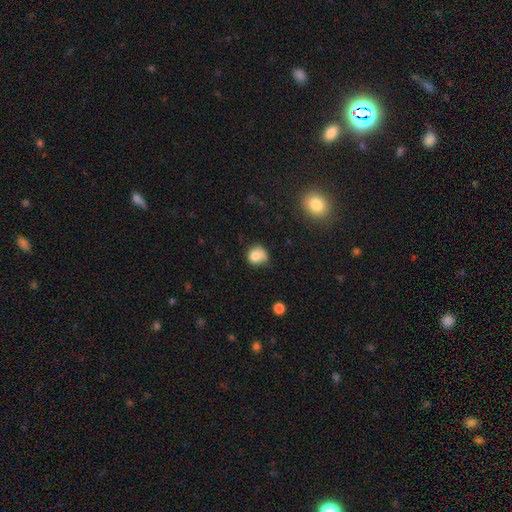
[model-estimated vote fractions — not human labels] A smooth galaxy with no disk features (79%) that is round (77%).

Vote fractions:
- Smooth or featured? smooth: 79% / featured or disk: 11% / star or artifact: 10%
- How rounded? round: 77% / in between: 22% / cigar-shaped: 1%
- Merging? none: 47% / minor disturbance: 32% / major disturbance: 12% / merger: 9%